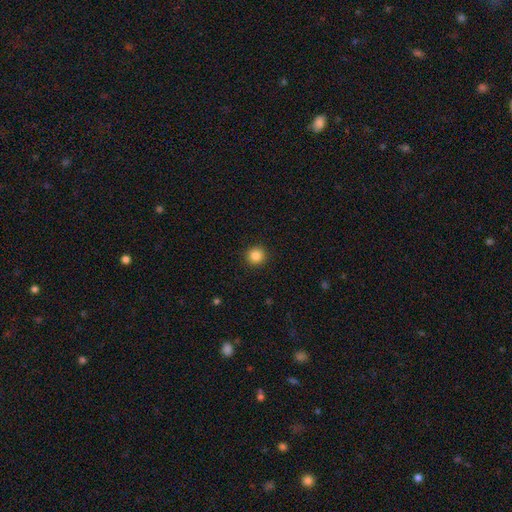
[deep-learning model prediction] Smooth or featured: smooth — 86% (star or artifact — 10%)
How rounded: round — 94% (in between — 5%)
Merging: none — 92% (minor disturbance — 5%)